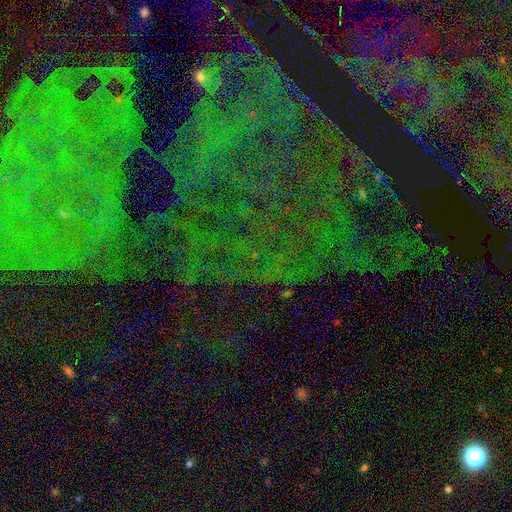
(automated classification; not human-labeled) Overall: star or artifact (78%).